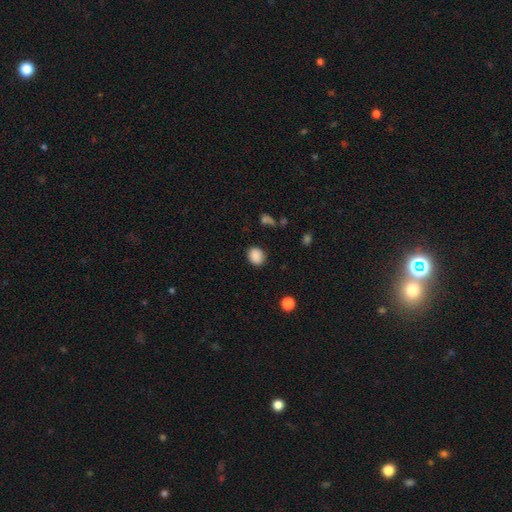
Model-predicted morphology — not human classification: type=smooth (87%); roundness=round (55%); merging=none (84%).